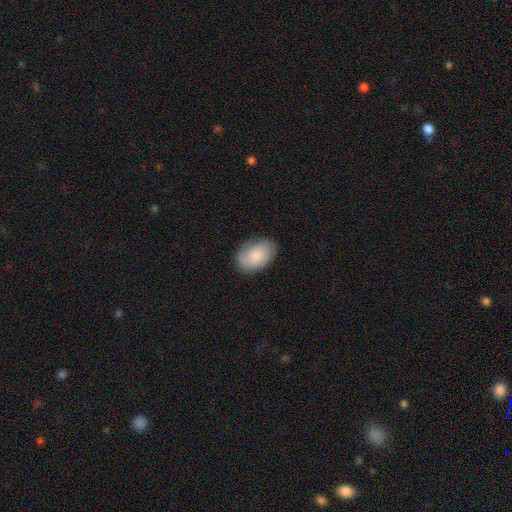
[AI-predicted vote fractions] Smooth or featured: smooth — 77% (featured or disk — 16%)
How rounded: in between — 89% (round — 10%)
Merging: none — 78% (minor disturbance — 17%)